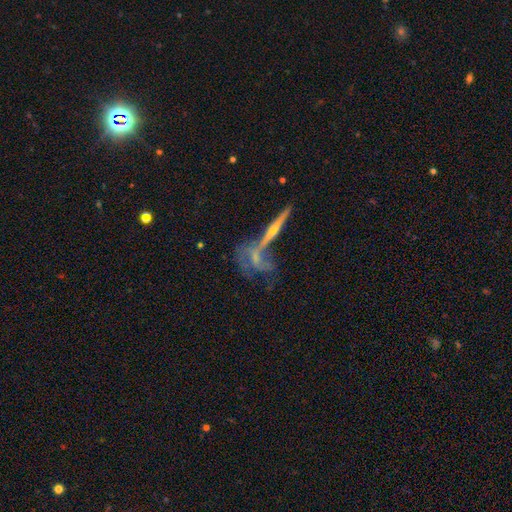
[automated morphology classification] This is likely a featured or disk galaxy (69%). It is likely viewed edge-on (71%). Merging: marginally none (43%).